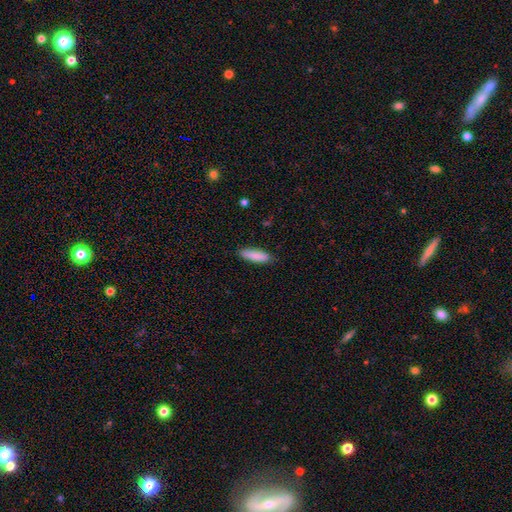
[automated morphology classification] This appears to be a smooth galaxy with no disk features (87%) that is cigar-shaped (60%). Merging: none (85%).